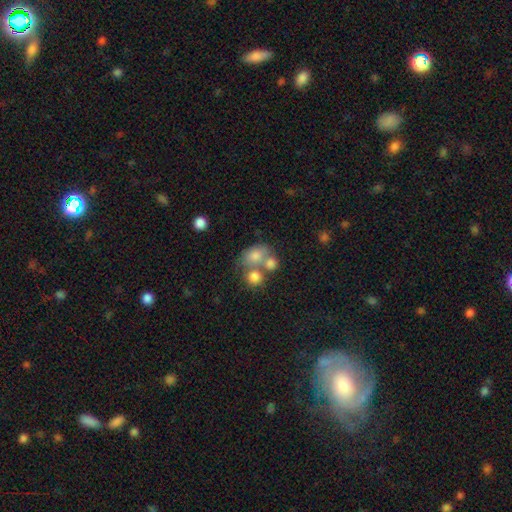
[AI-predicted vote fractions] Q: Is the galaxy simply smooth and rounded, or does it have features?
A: smooth — 73%.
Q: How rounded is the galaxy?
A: in between — 56%.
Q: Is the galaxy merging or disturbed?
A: merger — 47%.